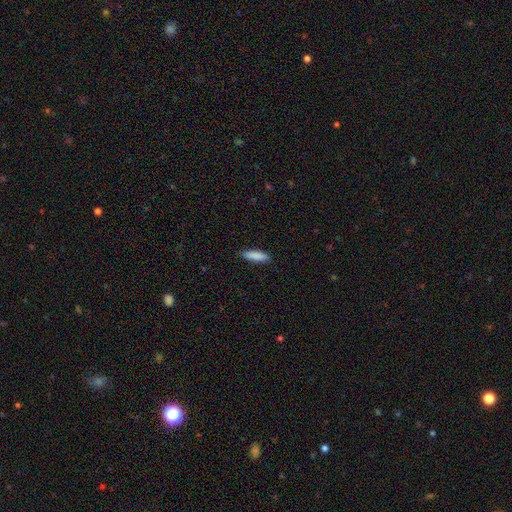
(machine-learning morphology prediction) smooth_or_featured: smooth (p=0.88) [alt: featured or disk p=0.06]
how_rounded: cigar-shaped (p=0.64) [alt: in between p=0.34]
merging: none (p=0.88) [alt: minor disturbance p=0.09]